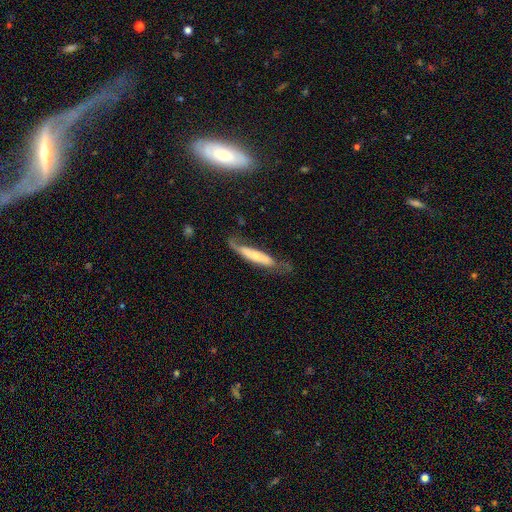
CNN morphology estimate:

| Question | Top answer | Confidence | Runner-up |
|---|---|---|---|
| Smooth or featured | featured or disk | 50% | smooth (44%) |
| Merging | none | 46% | minor disturbance (26%) |